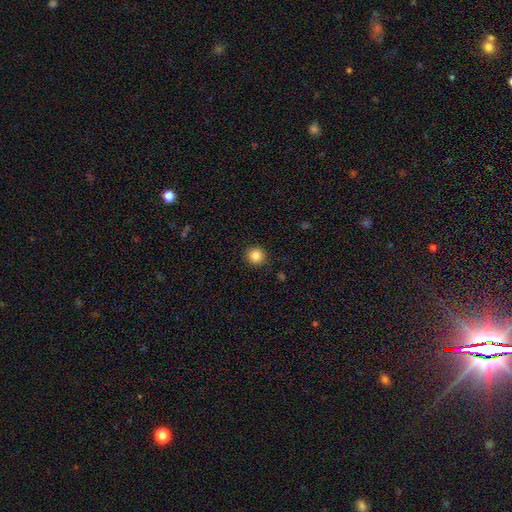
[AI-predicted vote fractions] Smooth or featured: smooth — 86% (star or artifact — 10%)
How rounded: round — 92% (in between — 7%)
Merging: none — 90% (minor disturbance — 7%)